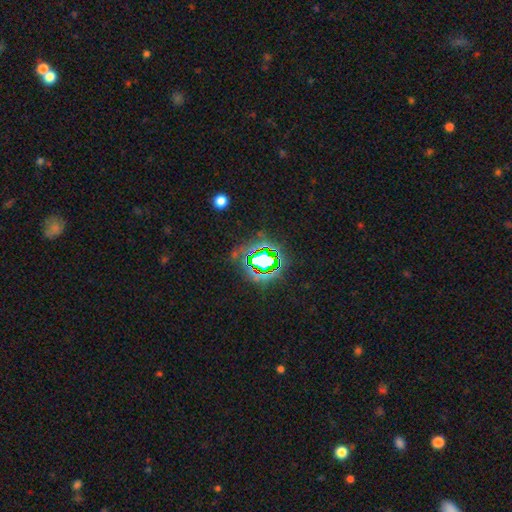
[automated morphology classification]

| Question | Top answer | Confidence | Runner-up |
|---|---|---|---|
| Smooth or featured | star or artifact | 78% | smooth (12%) |